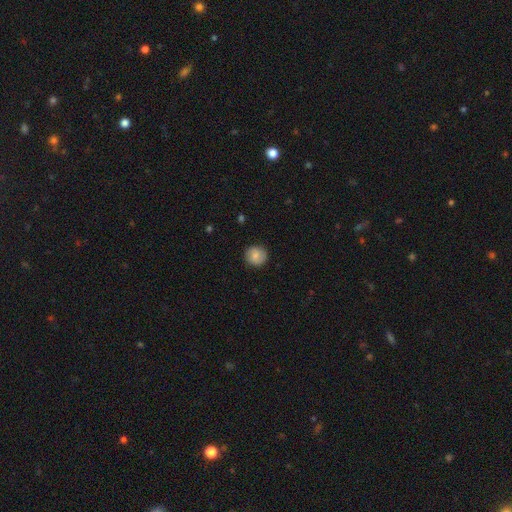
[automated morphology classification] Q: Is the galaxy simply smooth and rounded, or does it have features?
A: smooth — 79%.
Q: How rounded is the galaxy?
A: round — 91%.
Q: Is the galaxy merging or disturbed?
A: none — 89%.